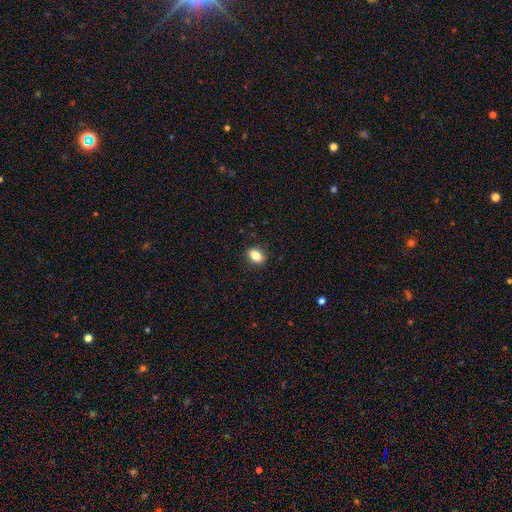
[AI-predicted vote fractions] smooth_or_featured: smooth (p=0.83) [alt: star or artifact p=0.09]
how_rounded: in between (p=0.79) [alt: round p=0.18]
merging: none (p=0.88) [alt: minor disturbance p=0.09]